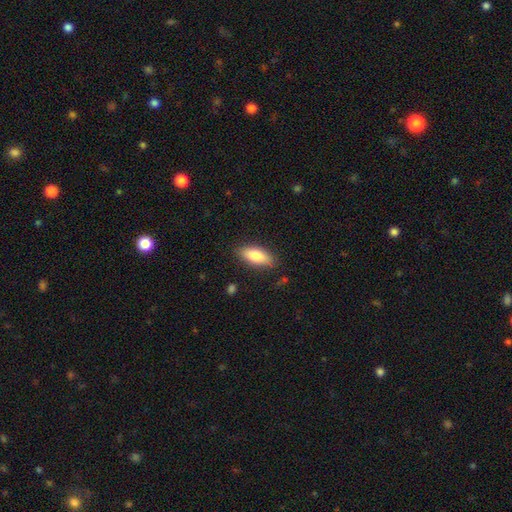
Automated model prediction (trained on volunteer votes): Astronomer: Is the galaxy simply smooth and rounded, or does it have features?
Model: smooth — 82%.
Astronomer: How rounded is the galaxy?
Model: in between — 75%.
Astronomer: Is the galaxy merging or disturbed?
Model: none — 84%.